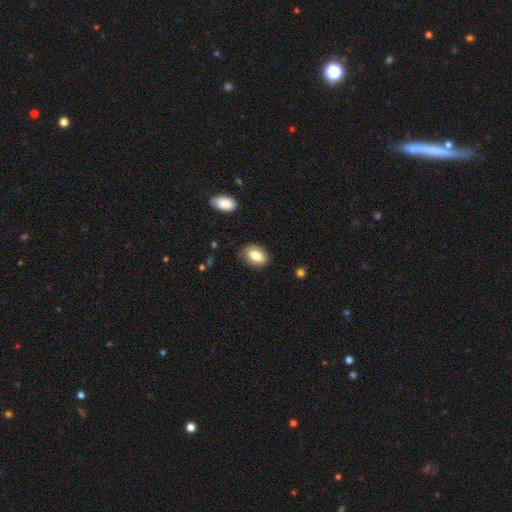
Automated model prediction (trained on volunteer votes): Smooth or featured? Predicted: smooth (p=0.75). How rounded? Predicted: in between (p=0.79). Merging? Predicted: none (p=0.83).